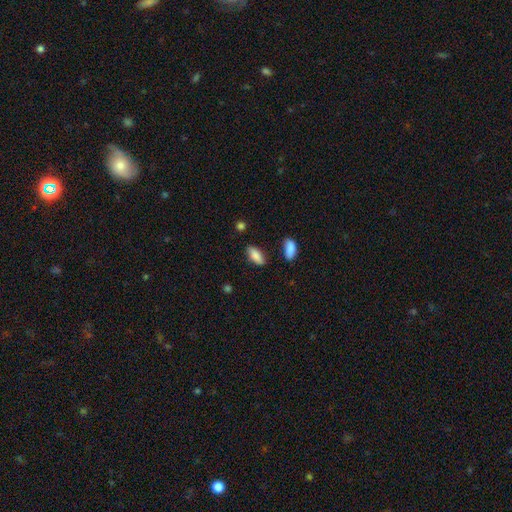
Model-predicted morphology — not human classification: smooth_or_featured: smooth (p=0.84) [alt: featured or disk p=0.09]
how_rounded: in between (p=0.82) [alt: cigar-shaped p=0.15]
merging: none (p=0.75) [alt: minor disturbance p=0.17]